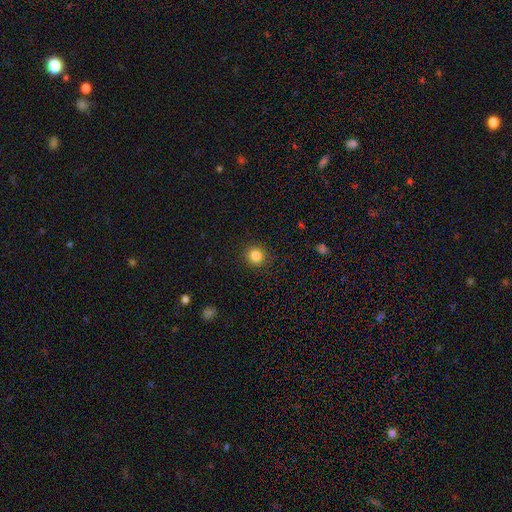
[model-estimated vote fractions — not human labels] A smooth galaxy with no disk features (85%) that is round (90%).

Vote fractions:
- Smooth or featured? smooth: 85% / star or artifact: 11% / featured or disk: 5%
- How rounded? round: 90% / in between: 9% / cigar-shaped: 1%
- Merging? none: 90% / minor disturbance: 6% / major disturbance: 2% / merger: 1%